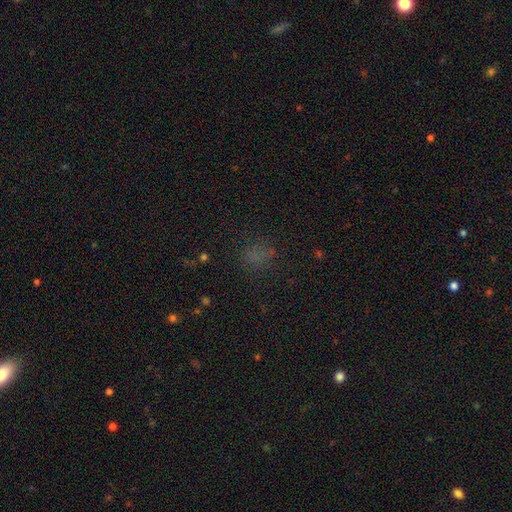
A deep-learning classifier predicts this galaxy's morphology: smooth_or_featured: smooth (p=0.59) [alt: star or artifact p=0.31]
how_rounded: round (p=0.65) [alt: in between p=0.33]
merging: none (p=0.72) [alt: minor disturbance p=0.16]